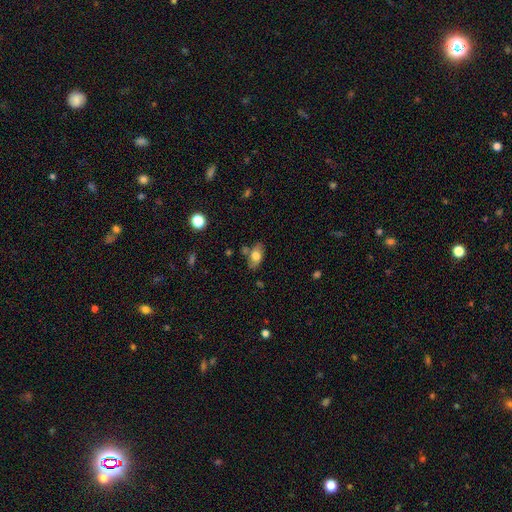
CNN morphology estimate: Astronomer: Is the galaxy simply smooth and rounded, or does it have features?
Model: smooth — 71%.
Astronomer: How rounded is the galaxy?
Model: in between — 88%.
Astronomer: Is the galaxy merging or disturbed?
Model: none — 69%.